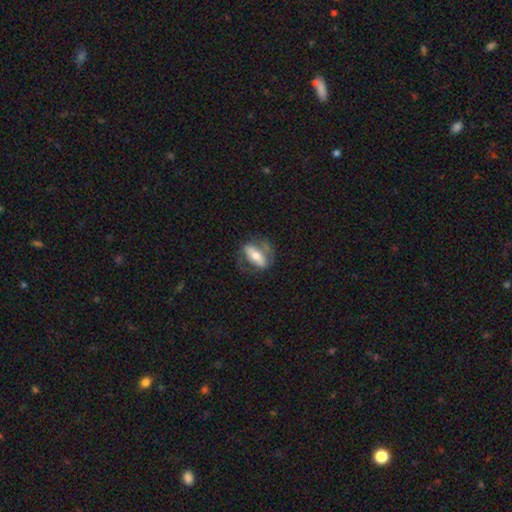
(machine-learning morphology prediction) Smooth or featured? Predicted: featured or disk (p=0.56). Edge-on disk? Predicted: no (p=0.67). Merging? Predicted: none (p=0.62).